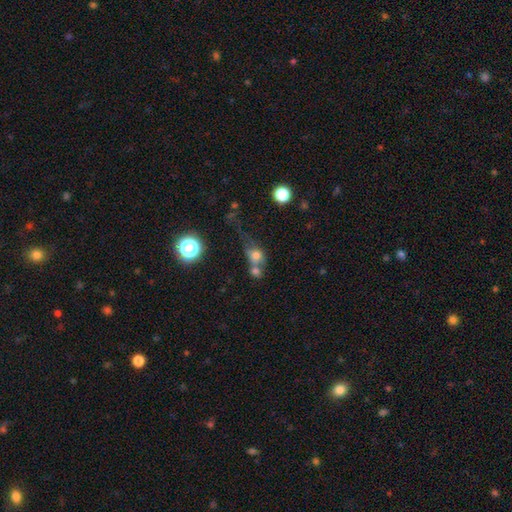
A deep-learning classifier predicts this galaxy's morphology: This is likely a smooth galaxy (63%). How rounded: possibly round (58%). Merging: possibly merger (51%).